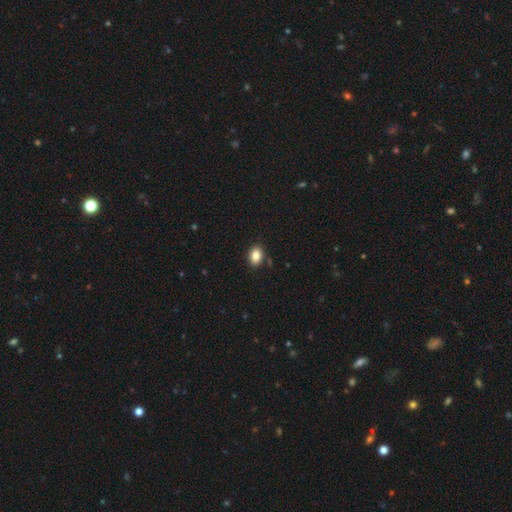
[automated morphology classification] This appears to be a smooth galaxy with no disk features (86%) that is in between round and cigar-shaped (79%). Merging: none (87%).